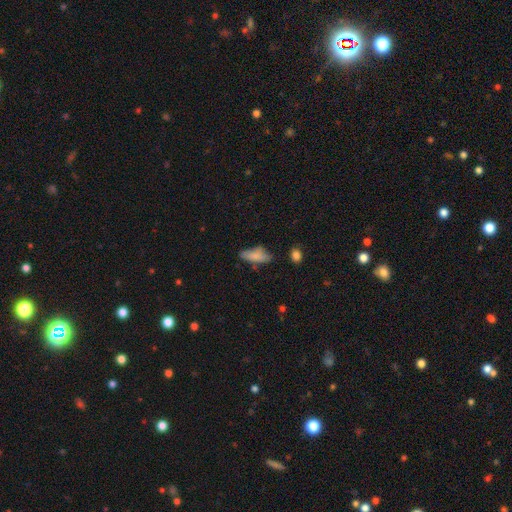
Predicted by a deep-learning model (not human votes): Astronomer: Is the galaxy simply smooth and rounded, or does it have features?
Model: smooth — 79%.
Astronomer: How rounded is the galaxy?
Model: in between — 73%.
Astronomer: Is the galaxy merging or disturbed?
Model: none — 56% (runner-up: minor disturbance, 31%).